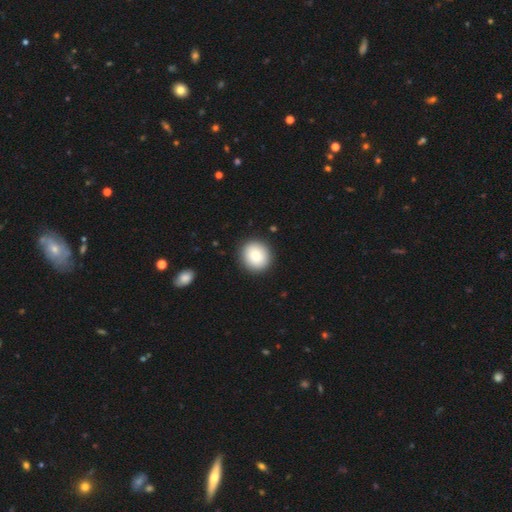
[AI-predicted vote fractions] Smooth or featured?
  - smooth: 82% *
  - featured or disk: 10%
  - star or artifact: 8%
How rounded?
  - round: 88% *
  - in between: 11%
  - cigar-shaped: 1%
Merging?
  - none: 91% *
  - minor disturbance: 6%
  - major disturbance: 2%
  - merger: 1%